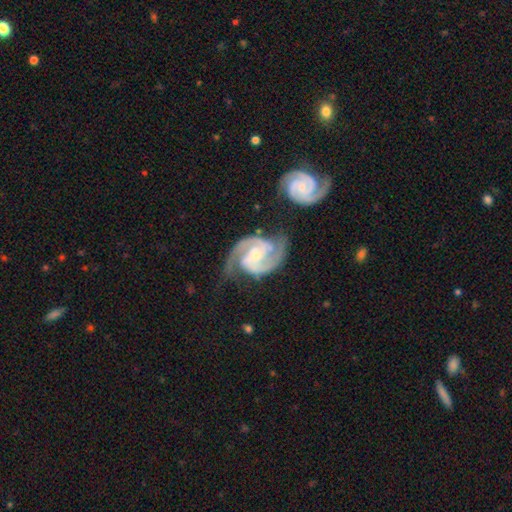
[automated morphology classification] smooth_or_featured: featured or disk (p=0.93) [alt: star or artifact p=0.04]
disk_edge_on: no (p=0.98) [alt: yes p=0.02]
bar: weak (p=0.43) [alt: no p=0.40]
has_spiral_arms: yes (p=0.99) [alt: no p=0.01]
spiral_winding: medium (p=0.56) [alt: tight p=0.35]
spiral_arm_count: 2 (p=0.90) [alt: 3 p=0.04]
bulge_size: small (p=0.53) [alt: moderate p=0.38]
merging: none (p=0.62) [alt: minor disturbance p=0.20]